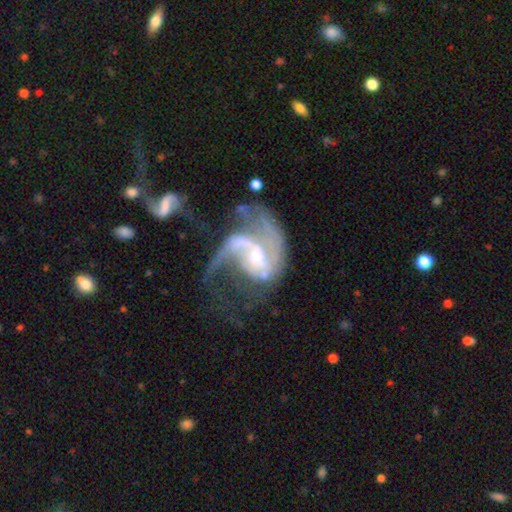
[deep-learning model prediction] Smooth or featured?
  - featured or disk: 86% *
  - smooth: 7%
  - star or artifact: 7%
Edge-on disk?
  - no: 98% *
  - yes: 2%
Bar?
  - no: 46% *
  - weak: 40%
  - strong: 15%
Spiral arms?
  - yes: 90% *
  - no: 10%
Spiral winding?
  - loose: 44% *
  - medium: 41%
  - tight: 16%
Spiral arm count?
  - 2: 48% *
  - 1: 22%
  - can't tell: 14%
  - 3: 9%
  - 4: 3%
  - more than 4: 3%
Bulge size?
  - small: 55% *
  - moderate: 38%
  - none: 3%
  - large: 3%
  - dominant: 1%
Merging?
  - major disturbance: 45% *
  - none: 22%
  - merger: 19%
  - minor disturbance: 13%